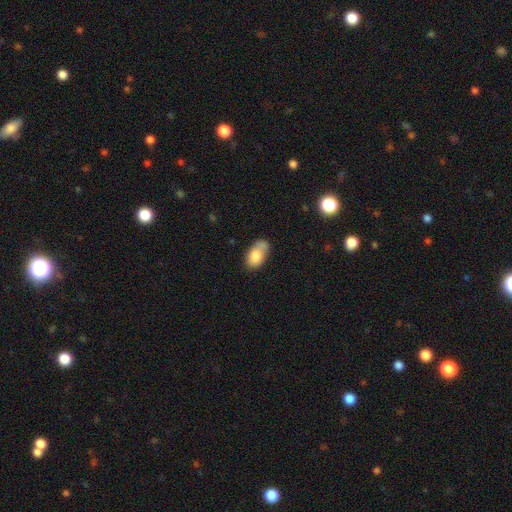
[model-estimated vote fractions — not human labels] A smooth galaxy with no disk features (79%) that is in between round and cigar-shaped (90%).

Vote fractions:
- Smooth or featured? smooth: 79% / featured or disk: 14% / star or artifact: 7%
- How rounded? in between: 90% / round: 8% / cigar-shaped: 2%
- Merging? none: 40% / minor disturbance: 27% / merger: 22% / major disturbance: 11%